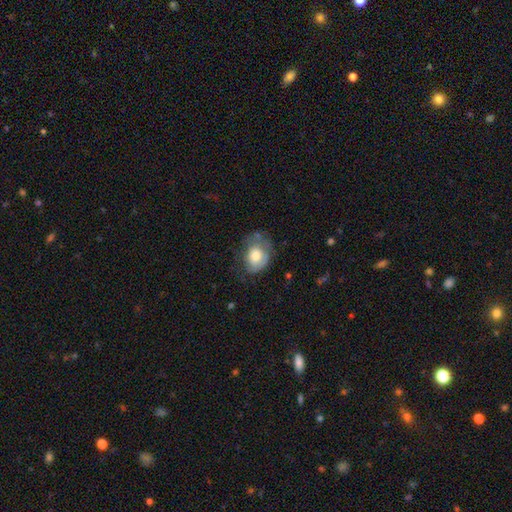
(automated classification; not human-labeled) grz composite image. It shows a smooth galaxy with no disk features (66%) that is in between round and cigar-shaped (63%). Merging: none (43%).